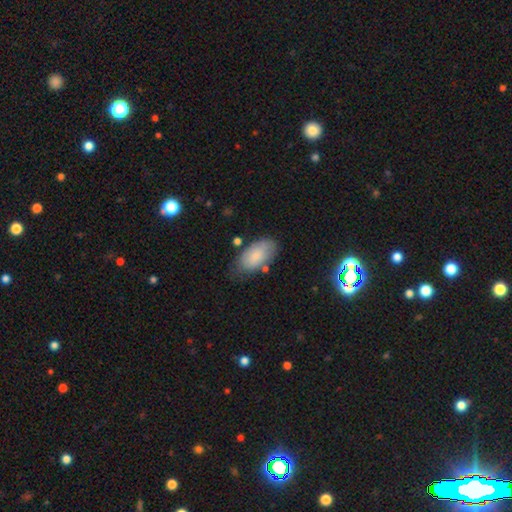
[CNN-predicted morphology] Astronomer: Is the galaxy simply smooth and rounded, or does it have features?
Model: smooth — 77%.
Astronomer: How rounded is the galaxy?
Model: in between — 94%.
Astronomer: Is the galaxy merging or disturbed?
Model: none — 62%.